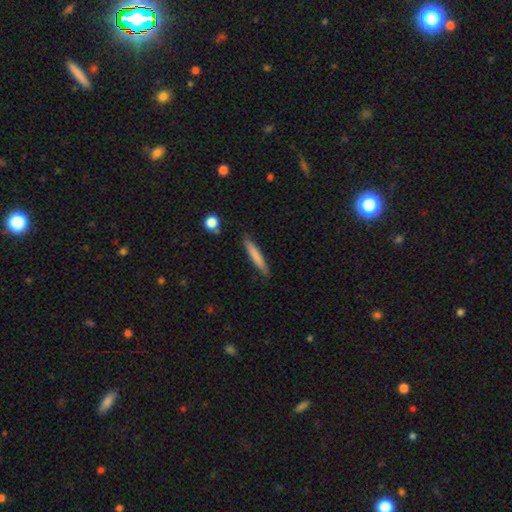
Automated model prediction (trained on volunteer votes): Smooth or featured?
  - smooth: 77% *
  - featured or disk: 17%
  - star or artifact: 6%
How rounded?
  - cigar-shaped: 92% *
  - in between: 6%
  - round: 1%
Merging?
  - none: 86% *
  - minor disturbance: 10%
  - major disturbance: 2%
  - merger: 2%